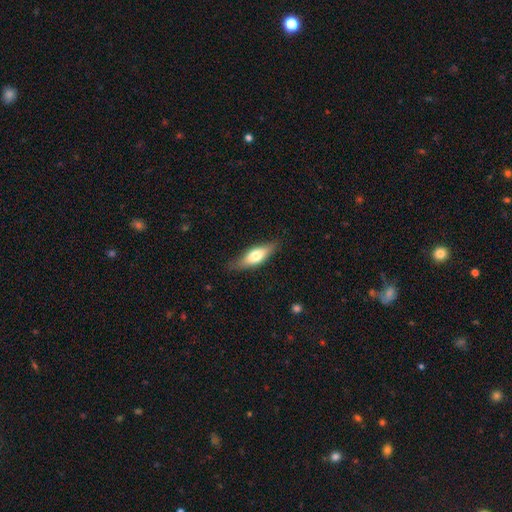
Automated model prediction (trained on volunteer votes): Q: Smooth or featured?
A: smooth (60%); runner-up: featured or disk (34%)
Q: How rounded?
A: in between (56%); runner-up: cigar-shaped (41%)
Q: Merging?
A: none (81%); runner-up: minor disturbance (15%)